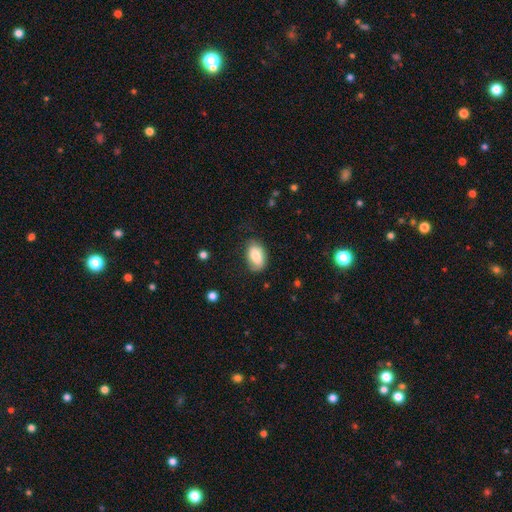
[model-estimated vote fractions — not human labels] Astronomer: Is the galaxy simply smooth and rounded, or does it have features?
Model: smooth — 79%.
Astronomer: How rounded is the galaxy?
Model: in between — 92%.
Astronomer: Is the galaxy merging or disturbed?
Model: none — 71%.